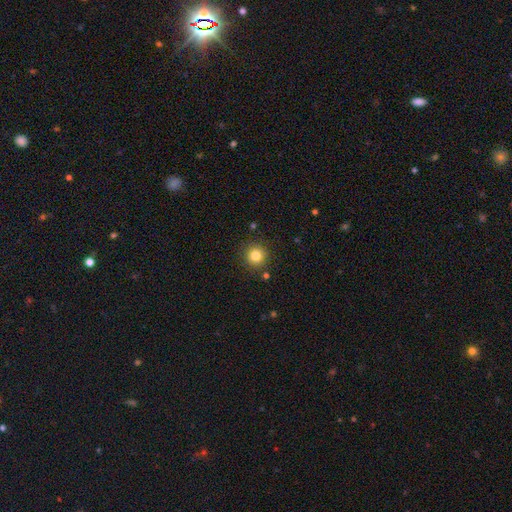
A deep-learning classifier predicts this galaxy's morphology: A smooth galaxy with no disk features (82%) that is round (95%). Merging: none (89%).